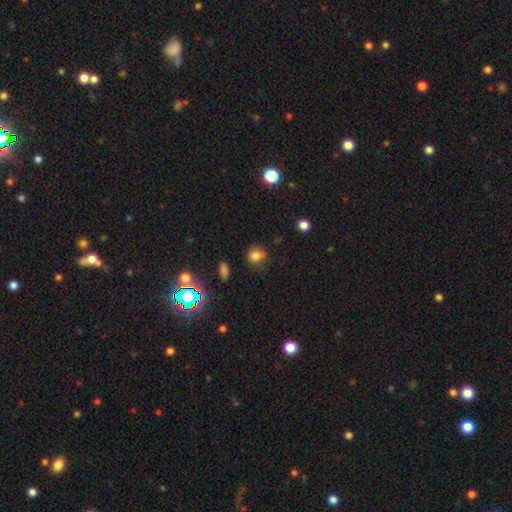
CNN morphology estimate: A smooth galaxy with no disk features (75%) that is round (74%). Merging: none (63%).